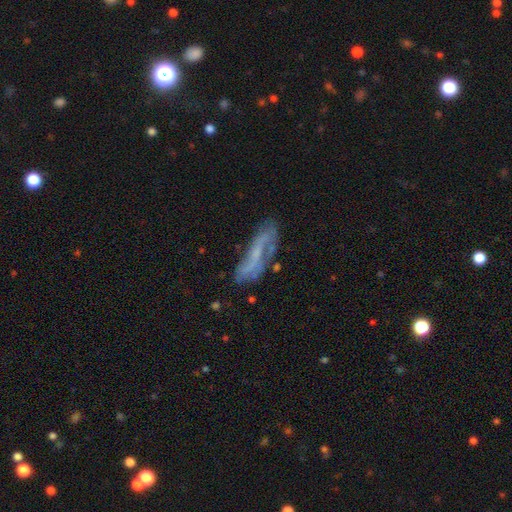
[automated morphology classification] This appears to be a featured or disk galaxy (58%). Merging: none (59%).